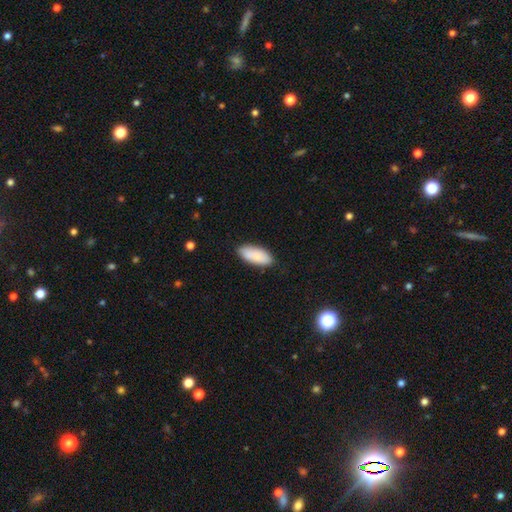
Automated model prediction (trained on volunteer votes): Smooth or featured? smooth (85%)
How rounded? in between (85%)
Merging? none (85%)